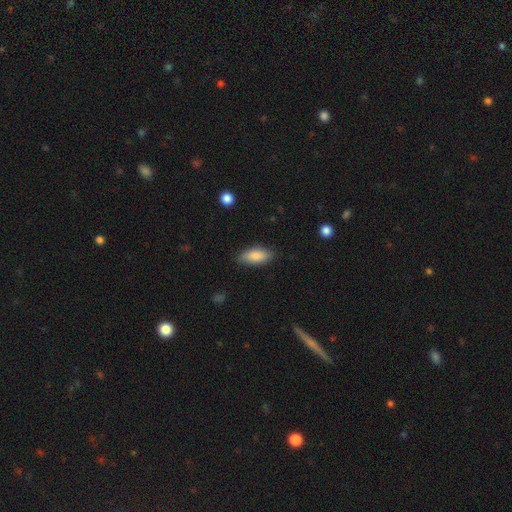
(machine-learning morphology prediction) smooth 85%, featured or disk 9%, star or artifact 6%. Down the decision tree: how rounded — in between (85%); merging — none (82%).